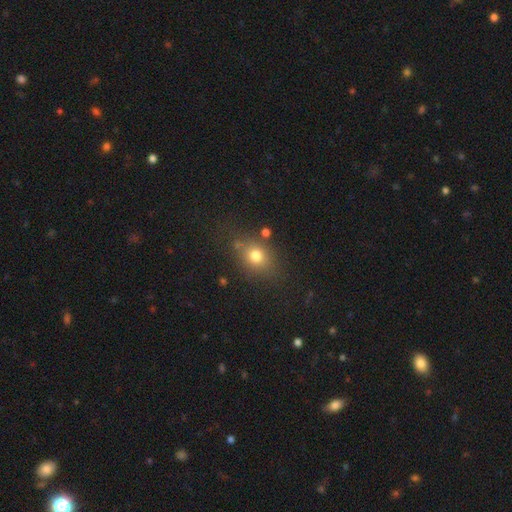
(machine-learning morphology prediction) Smooth or featured: smooth — 75% (star or artifact — 15%)
How rounded: round — 54% (in between — 45%)
Merging: none — 73% (minor disturbance — 15%)